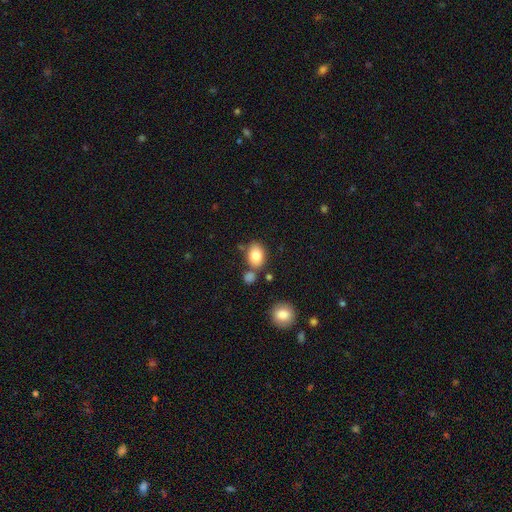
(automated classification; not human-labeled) Q: Smooth or featured?
A: smooth (84%); runner-up: star or artifact (8%)
Q: How rounded?
A: in between (77%); runner-up: round (22%)
Q: Merging?
A: none (69%); runner-up: merger (14%)